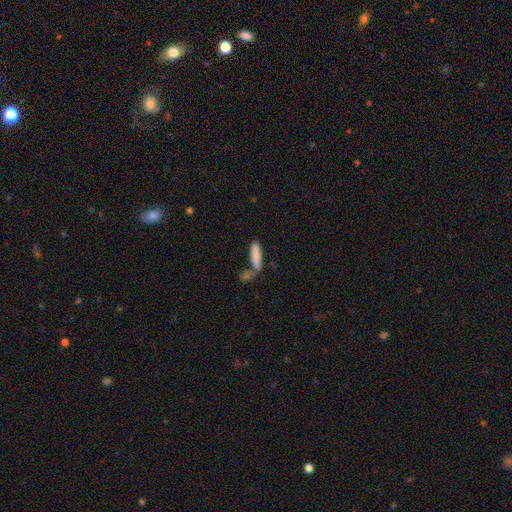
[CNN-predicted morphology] smooth_or_featured: smooth (p=0.83) [alt: featured or disk p=0.10]
how_rounded: cigar-shaped (p=0.71) [alt: in between p=0.27]
merging: none (p=0.54) [alt: merger p=0.27]